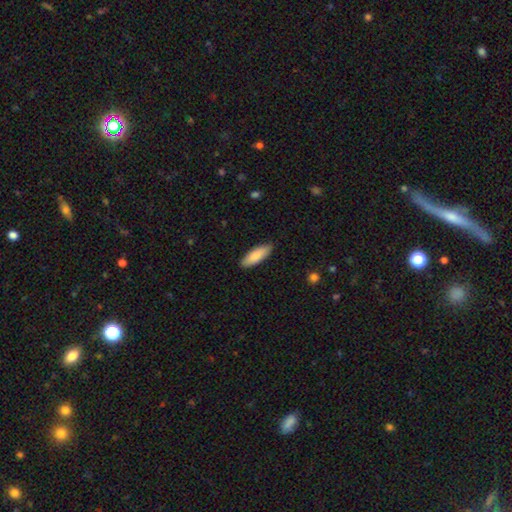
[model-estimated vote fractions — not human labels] Smooth or featured: smooth — 85% (featured or disk — 10%)
How rounded: in between — 58% (cigar-shaped — 40%)
Merging: none — 88% (minor disturbance — 9%)